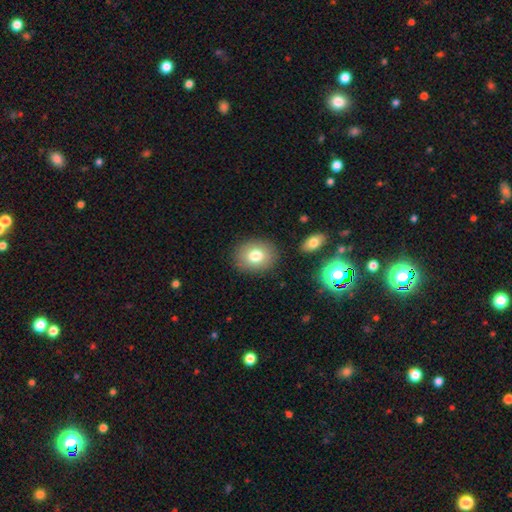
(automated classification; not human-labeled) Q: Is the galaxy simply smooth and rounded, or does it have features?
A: smooth — 78%.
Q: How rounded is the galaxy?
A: in between — 50%.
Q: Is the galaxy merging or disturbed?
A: none — 86%.